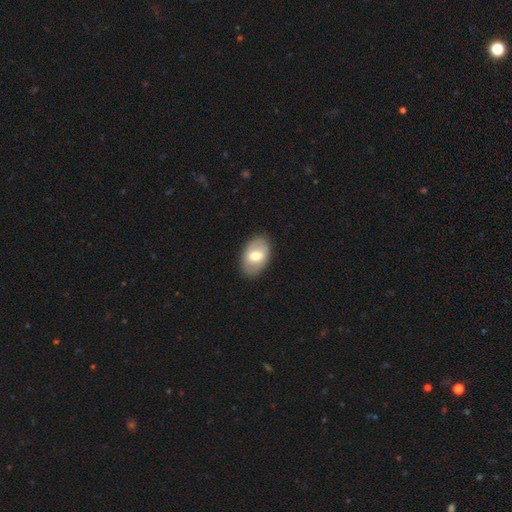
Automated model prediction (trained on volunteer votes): Smooth or featured: smooth — 61% (featured or disk — 32%)
How rounded: in between — 90% (round — 9%)
Merging: none — 86% (minor disturbance — 10%)